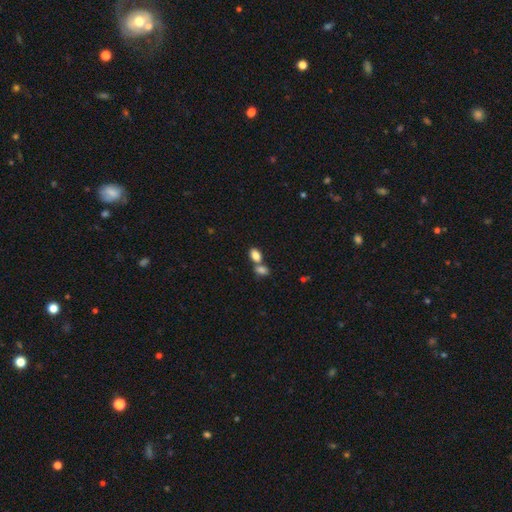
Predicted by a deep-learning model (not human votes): Overall: smooth (84%). How rounded: in between (85%). Merging: merger (50%; none 39%).